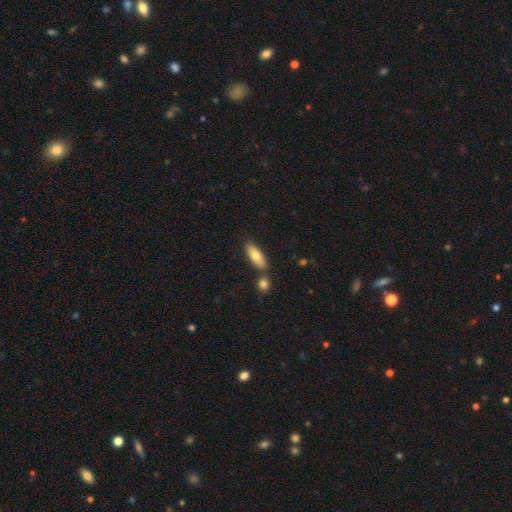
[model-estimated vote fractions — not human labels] smooth 76%, featured or disk 18%, star or artifact 6%. Down the decision tree: how rounded — in between (67%); merging — none (74%).